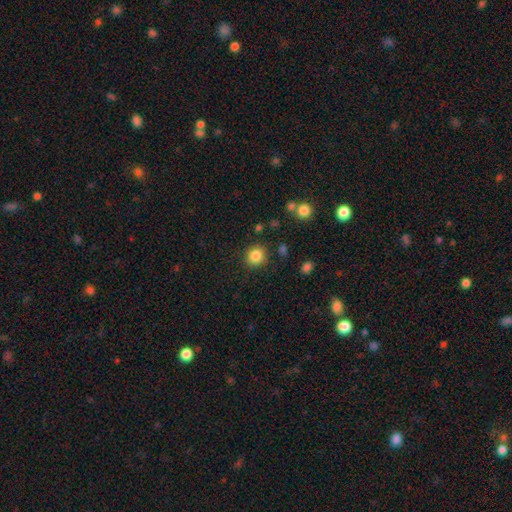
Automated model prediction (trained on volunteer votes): This appears to be a smooth galaxy with no disk features (85%) that is round (80%). Merging: none (85%).